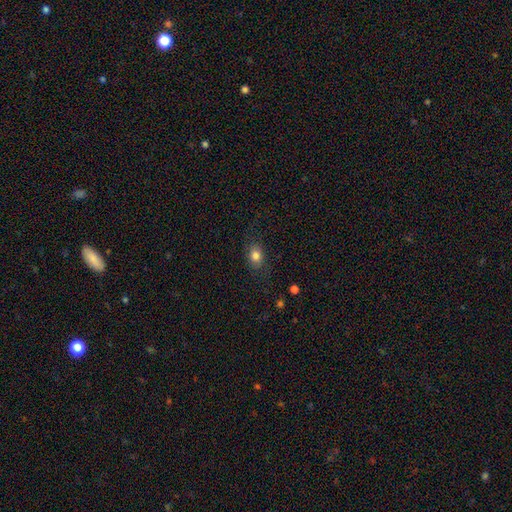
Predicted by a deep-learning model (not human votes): Smooth or featured? smooth (80%)
How rounded? in between (59%)
Merging? none (80%)